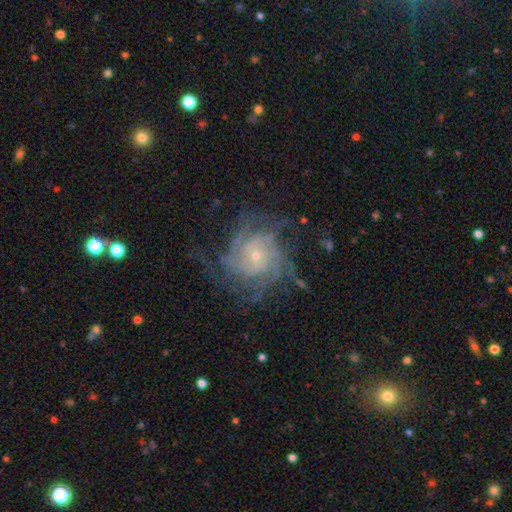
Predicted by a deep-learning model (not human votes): This is clearly a featured or disk galaxy (88%). It is clearly not viewed edge-on (98%). Bar: likely no (76%). Spiral arm pattern: clearly yes (97%). Spiral arm count: marginally 4 (28%). Spiral winding: likely tight (62%). Central bulge: likely small (79%). Merging: likely none (68%).